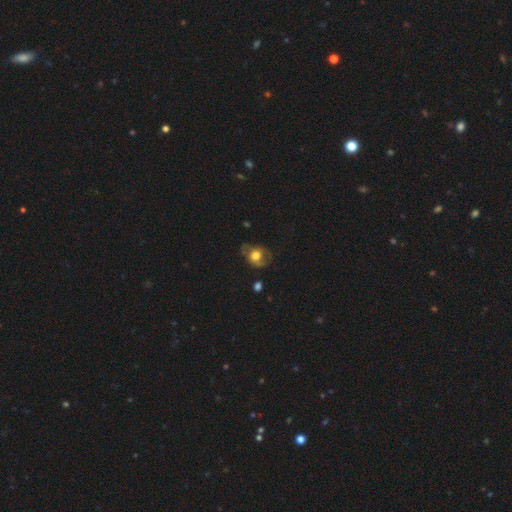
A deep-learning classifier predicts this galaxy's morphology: smooth-or-featured: smooth: 55% | featured or disk: 36% | star or artifact: 8%
  how-rounded: round: 50% | in between: 49% | cigar-shaped: 1%
  merging: none: 57% | minor disturbance: 25% | major disturbance: 15% | merger: 2%